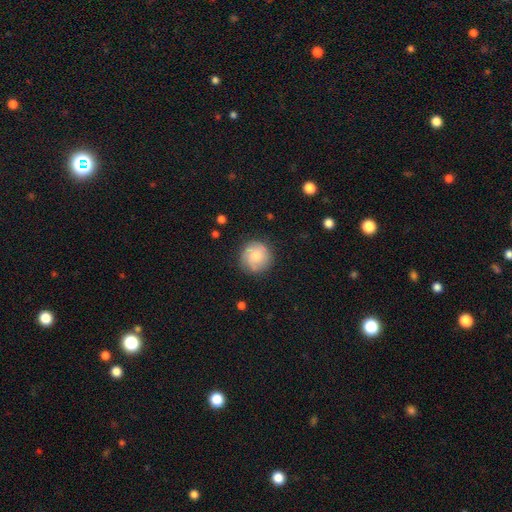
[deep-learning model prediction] Q: Smooth or featured?
A: smooth (52%); runner-up: featured or disk (41%)
Q: How rounded?
A: round (93%); runner-up: in between (6%)
Q: Merging?
A: none (81%); runner-up: minor disturbance (14%)